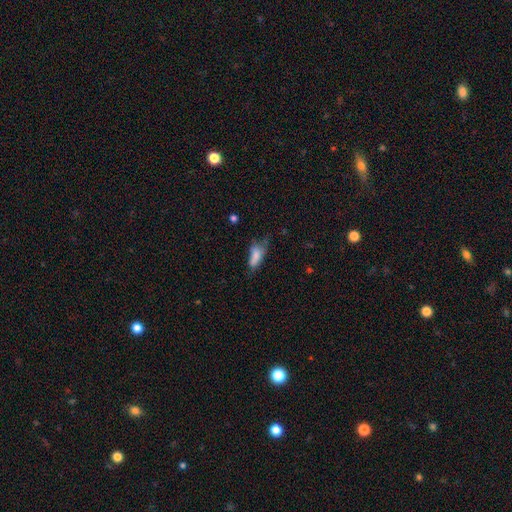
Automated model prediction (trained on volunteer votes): Q: Smooth or featured?
A: smooth (72%); runner-up: featured or disk (17%)
Q: How rounded?
A: in between (79%); runner-up: cigar-shaped (18%)
Q: Merging?
A: minor disturbance (32%); runner-up: none (31%)